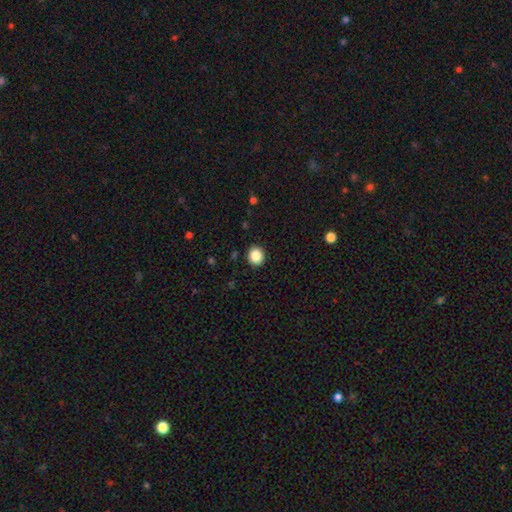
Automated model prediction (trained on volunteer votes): Smooth or featured? smooth (87%)
How rounded? round (85%)
Merging? none (92%)